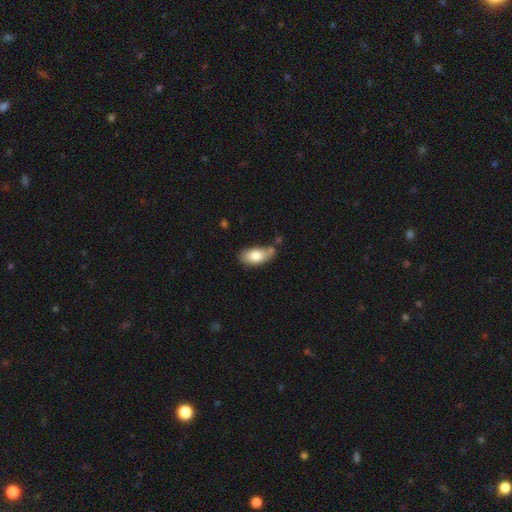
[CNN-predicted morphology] A smooth galaxy with no disk features (79%) that is in between round and cigar-shaped (91%). Merging: none (50%).